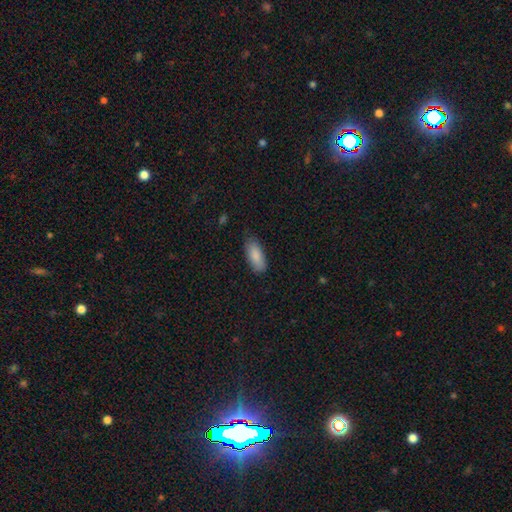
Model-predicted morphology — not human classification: This appears to be a smooth galaxy with no disk features (88%) that is in between round and cigar-shaped (82%). Merging: none (80%).